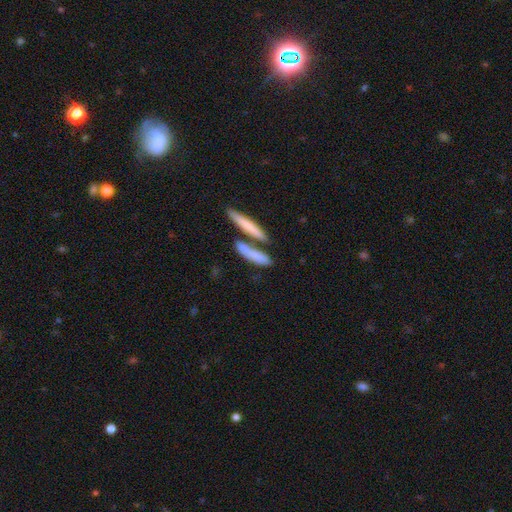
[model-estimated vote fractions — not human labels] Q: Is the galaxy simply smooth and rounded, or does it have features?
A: smooth — 73%.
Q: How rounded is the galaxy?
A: cigar-shaped — 73%.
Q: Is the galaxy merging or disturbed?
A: none — 51%.